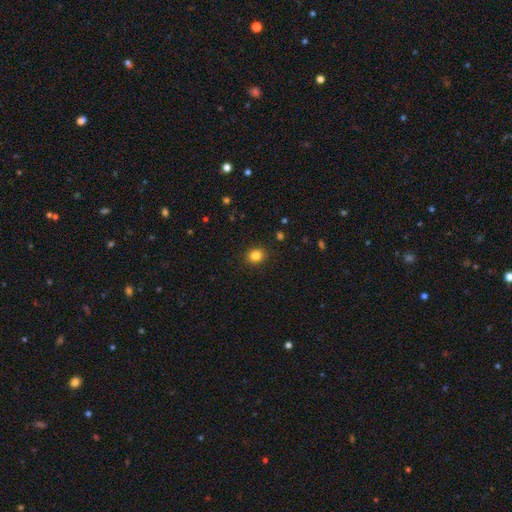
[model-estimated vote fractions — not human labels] Morphology: type=smooth (84%); roundness=round (71%); merging=none (90%).